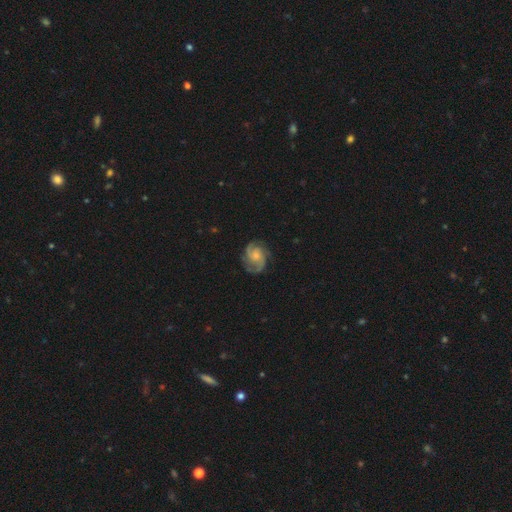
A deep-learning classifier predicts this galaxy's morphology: Smooth or featured? featured or disk (85%)
Edge-on disk? no (98%)
Bar? no (69%)
Spiral arms? yes (97%)
Spiral winding? medium (51%)
Spiral arm count? 3 (40%)
Bulge size? small (51%)
Merging? none (76%)